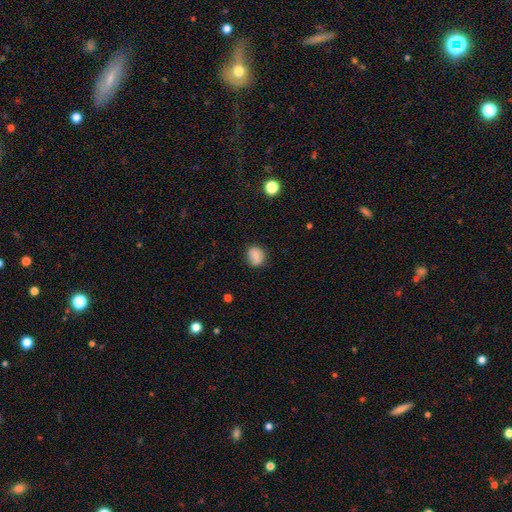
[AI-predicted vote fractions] smooth 78%, featured or disk 13%, star or artifact 9%. Down the decision tree: how rounded — round (75%); merging — none (80%).